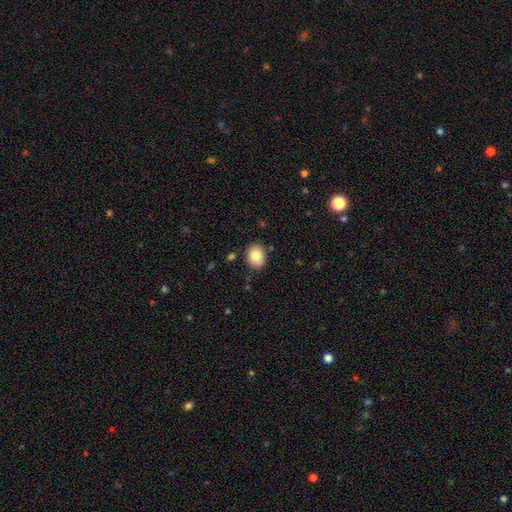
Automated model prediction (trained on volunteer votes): A smooth galaxy with no disk features (81%) that is in between round and cigar-shaped (53%).

Vote fractions:
- Smooth or featured? smooth: 81% / featured or disk: 11% / star or artifact: 9%
- How rounded? in between: 53% / round: 46% / cigar-shaped: 1%
- Merging? none: 83% / minor disturbance: 12% / merger: 3% / major disturbance: 2%